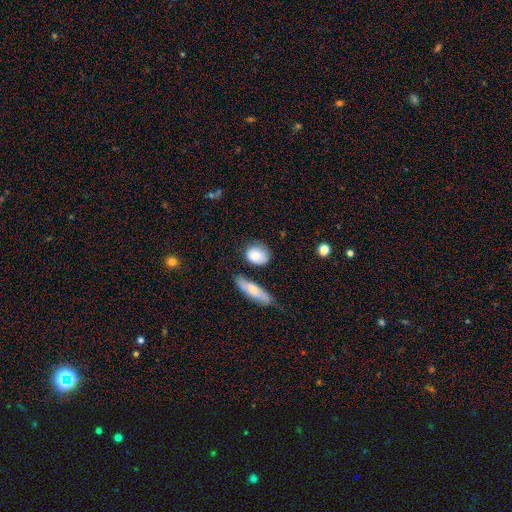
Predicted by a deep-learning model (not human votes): Smooth or featured? smooth (80%)
How rounded? round (50%)
Merging? none (66%)